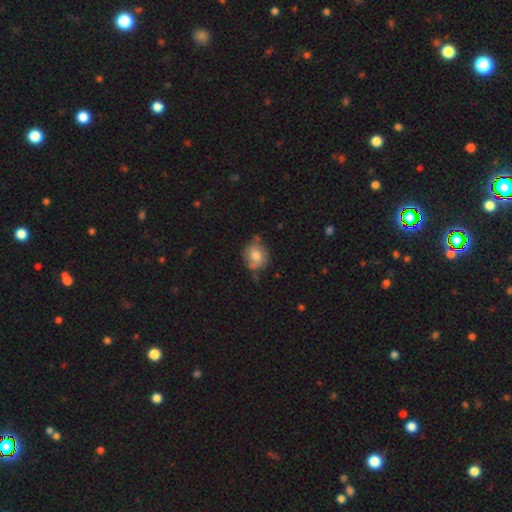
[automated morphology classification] A smooth galaxy with no disk features (71%) that is round (63%).

Vote fractions:
- Smooth or featured? smooth: 71% / featured or disk: 20% / star or artifact: 9%
- How rounded? round: 63% / in between: 36% / cigar-shaped: 1%
- Merging? none: 57% / minor disturbance: 28% / merger: 7% / major disturbance: 7%